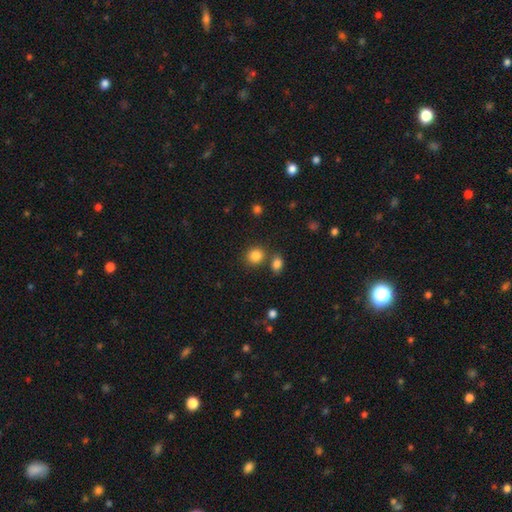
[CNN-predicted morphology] Smooth or featured? smooth (85%)
How rounded? round (78%)
Merging? none (72%)